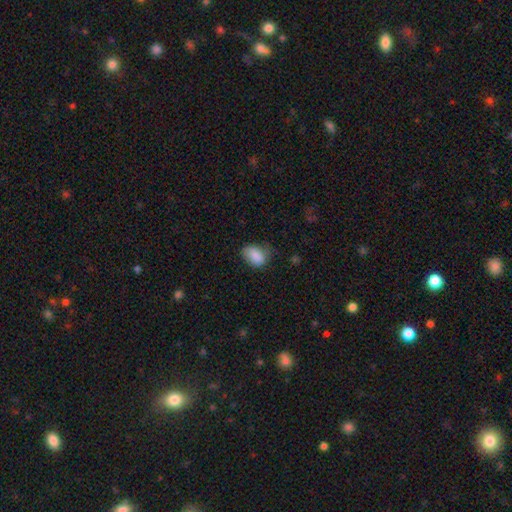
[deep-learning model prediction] Q: Smooth or featured?
A: smooth (84%); runner-up: star or artifact (8%)
Q: How rounded?
A: in between (78%); runner-up: round (21%)
Q: Merging?
A: none (57%); runner-up: minor disturbance (31%)